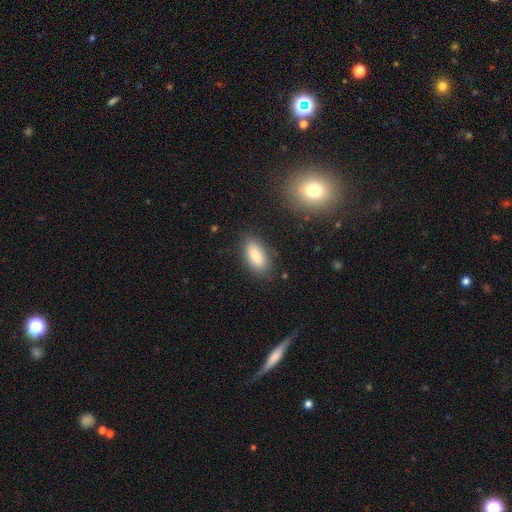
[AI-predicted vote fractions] Smooth or featured? smooth (85%)
How rounded? in between (87%)
Merging? none (83%)